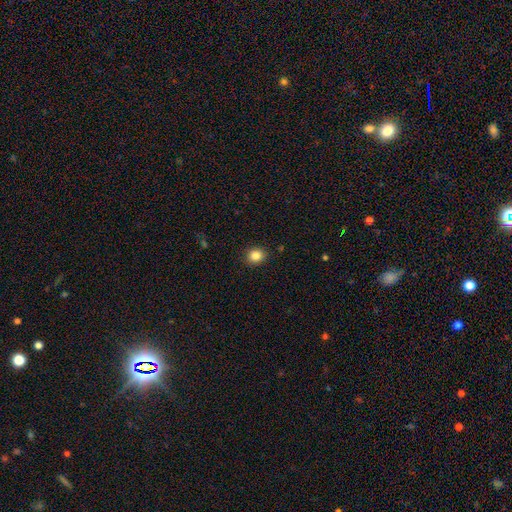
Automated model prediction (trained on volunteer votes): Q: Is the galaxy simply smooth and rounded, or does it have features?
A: smooth — 84%.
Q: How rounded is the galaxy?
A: round — 73%.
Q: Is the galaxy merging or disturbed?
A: none — 89%.